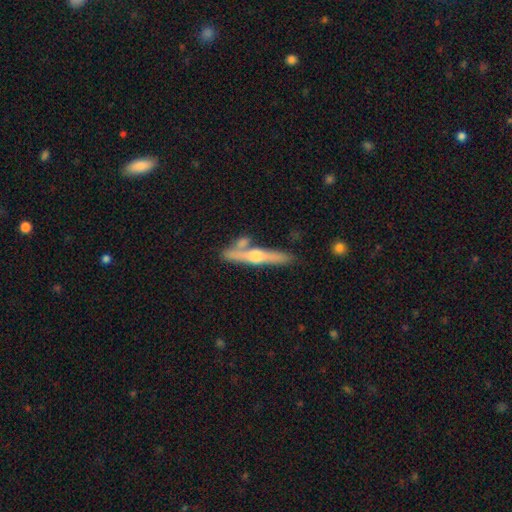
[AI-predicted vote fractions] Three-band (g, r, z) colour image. It shows a featured or disk galaxy (67%) viewed edge-on (95%) with a rounded central bulge (89%). Merging: none (69%).